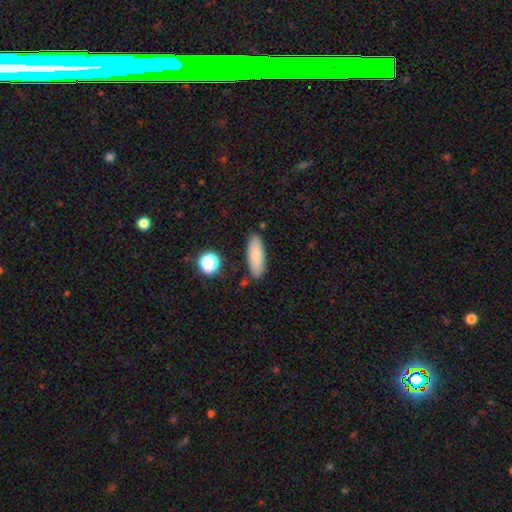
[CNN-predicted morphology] A smooth galaxy with no disk features (84%) that is in between round and cigar-shaped (60%). Merging: none (84%).